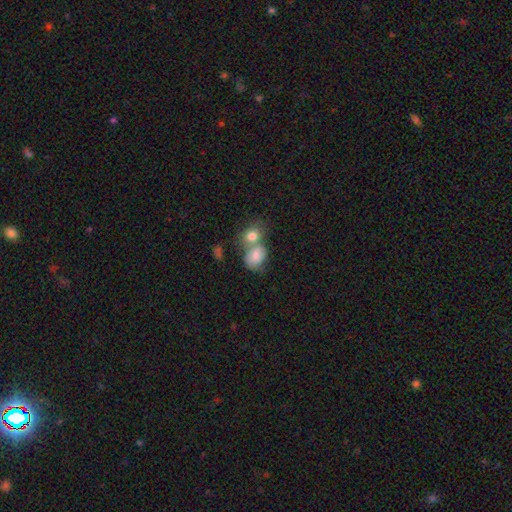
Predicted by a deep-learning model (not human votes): Smooth or featured?
  - smooth: 77% *
  - featured or disk: 15%
  - star or artifact: 9%
How rounded?
  - in between: 53% *
  - round: 46%
  - cigar-shaped: 1%
Merging?
  - merger: 59% *
  - none: 25%
  - minor disturbance: 11%
  - major disturbance: 6%